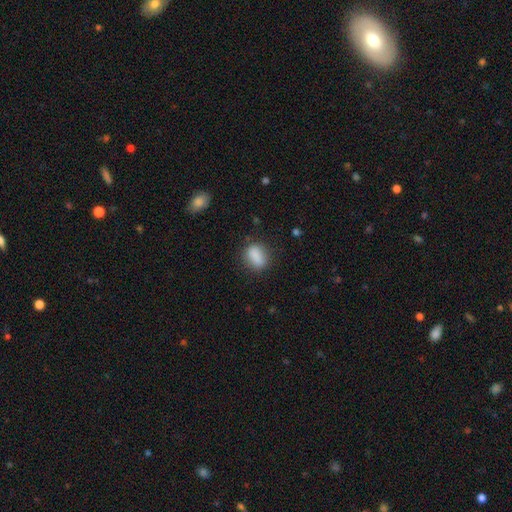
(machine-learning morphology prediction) smooth_or_featured: smooth (p=0.84) [alt: star or artifact p=0.08]
how_rounded: in between (p=0.68) [alt: round p=0.26]
merging: none (p=0.76) [alt: minor disturbance p=0.15]